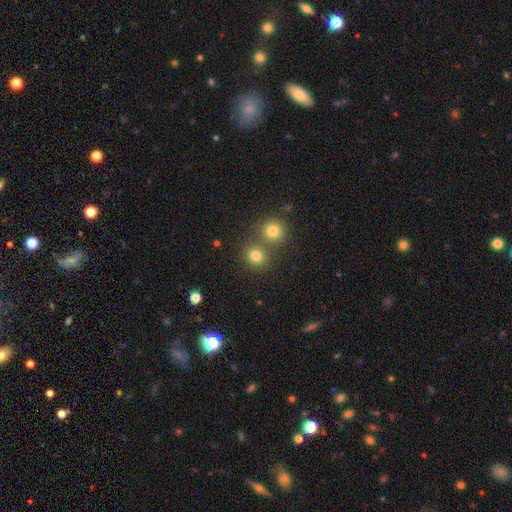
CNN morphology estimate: Smooth or featured?
  - smooth: 79% *
  - star or artifact: 14%
  - featured or disk: 7%
How rounded?
  - round: 79% *
  - in between: 20%
  - cigar-shaped: 1%
Merging?
  - none: 63% *
  - merger: 27%
  - minor disturbance: 8%
  - major disturbance: 3%